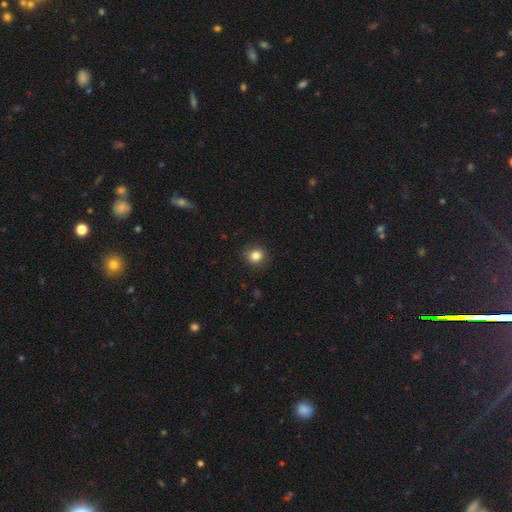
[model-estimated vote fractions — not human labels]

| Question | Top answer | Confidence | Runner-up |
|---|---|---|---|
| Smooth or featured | smooth | 84% | star or artifact (11%) |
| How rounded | round | 80% | in between (19%) |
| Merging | none | 88% | minor disturbance (8%) |